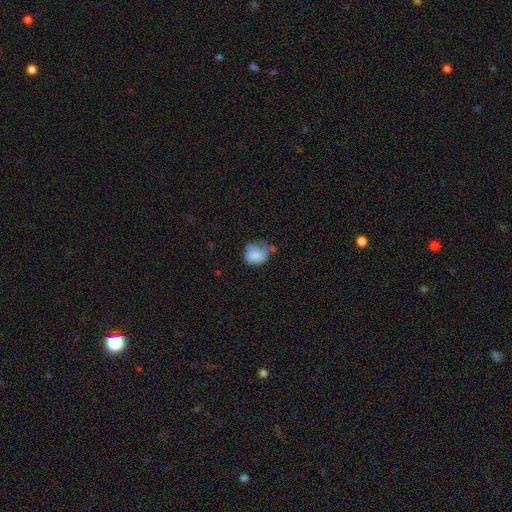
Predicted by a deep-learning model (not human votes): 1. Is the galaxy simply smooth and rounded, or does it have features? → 67% smooth, 23% featured or disk, 9% star or artifact.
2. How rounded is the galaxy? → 51% in between, 48% round, 1% cigar-shaped.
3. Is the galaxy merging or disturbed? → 34% minor disturbance, 33% none, 25% major disturbance, 7% merger.